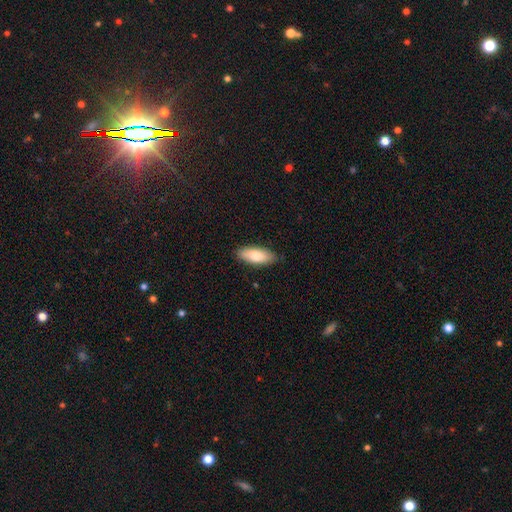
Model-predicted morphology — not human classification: Overall: smooth (79%). How rounded: in between (78%). Merging: none (86%).